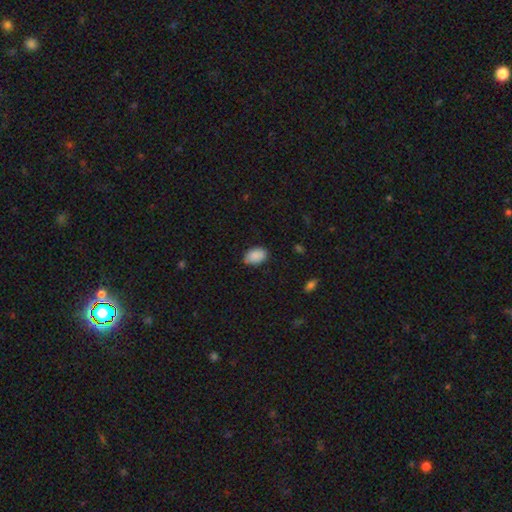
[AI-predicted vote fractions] A smooth galaxy with no disk features (89%) that is in between round and cigar-shaped (88%).

Vote fractions:
- Smooth or featured? smooth: 89% / star or artifact: 7% / featured or disk: 4%
- How rounded? in between: 88% / round: 11% / cigar-shaped: 1%
- Merging? none: 76% / minor disturbance: 19% / major disturbance: 3% / merger: 2%